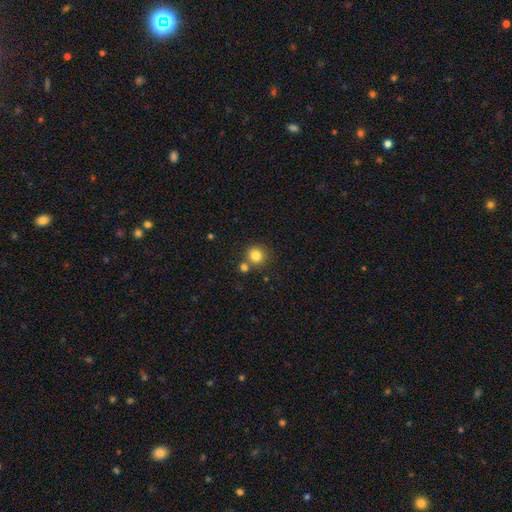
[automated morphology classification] This is clearly a smooth galaxy (81%). How rounded: clearly round (91%). Merging: likely none (70%).